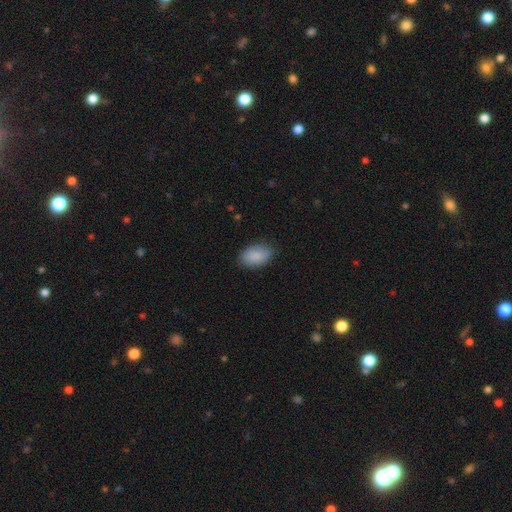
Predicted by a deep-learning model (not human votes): The model was most divided on "merging": none: 80%, minor disturbance: 16%, major disturbance: 3%, merger: 1%. More confident: how rounded — in between (91%); smooth or featured — smooth (88%).